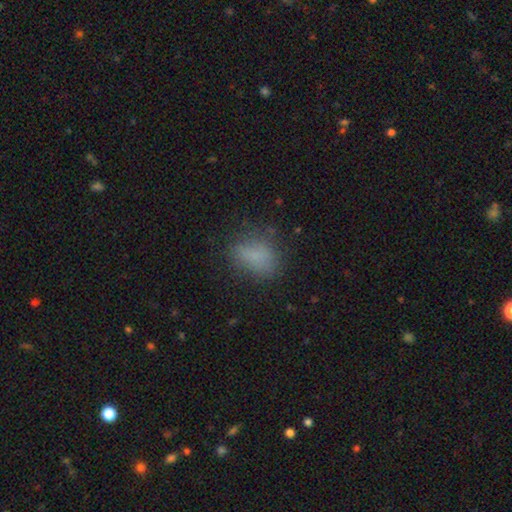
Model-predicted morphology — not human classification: Smooth or featured? Predicted: smooth (p=0.76). How rounded? Predicted: in between (p=0.71). Merging? Predicted: none (p=0.67).